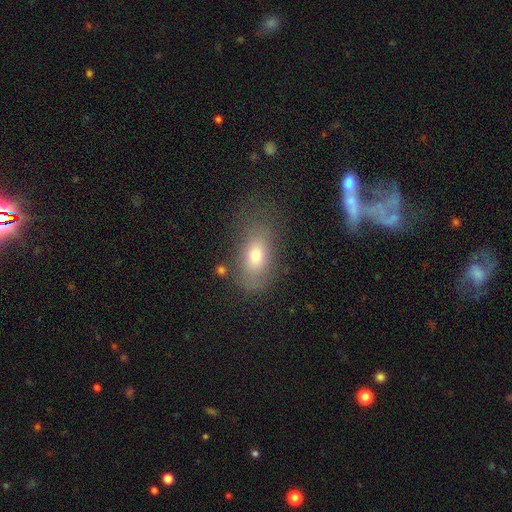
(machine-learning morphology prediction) This appears to be a smooth galaxy with no disk features (71%) that is in between round and cigar-shaped (86%). Merging: none (60%).